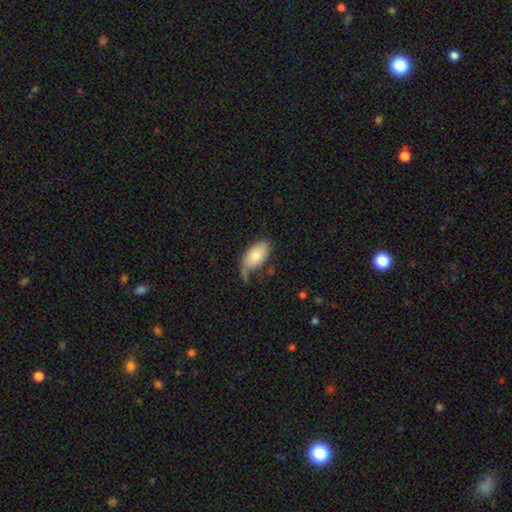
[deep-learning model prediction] Smooth or featured: smooth — 77% (featured or disk — 17%)
How rounded: in between — 94% (round — 3%)
Merging: none — 37% (minor disturbance — 33%)